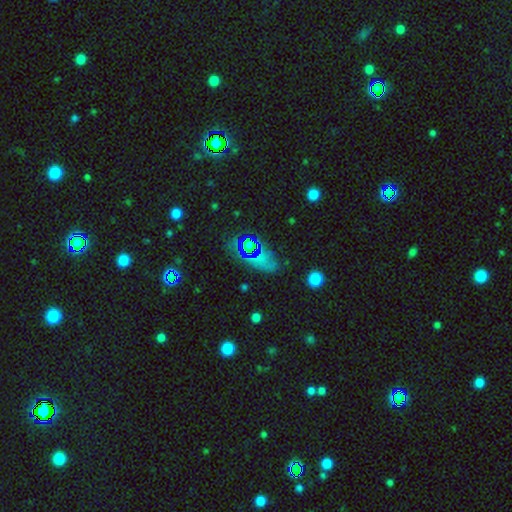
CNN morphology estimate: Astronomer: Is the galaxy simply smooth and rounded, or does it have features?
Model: star or artifact — 48% (runner-up: smooth, 38%).